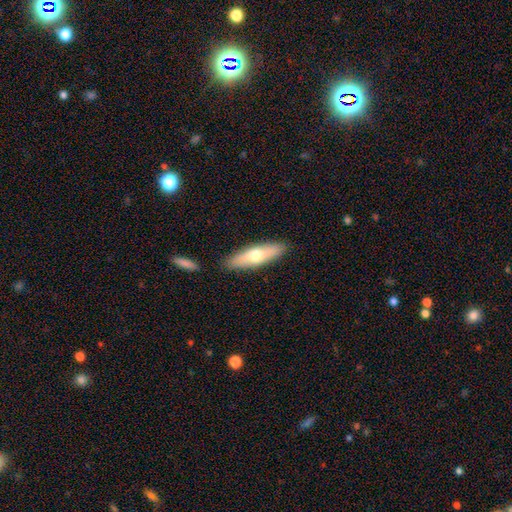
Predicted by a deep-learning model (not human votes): Overall: smooth (60%; featured or disk 34%). How rounded: cigar-shaped (61%; in between 37%). Merging: none (86%).